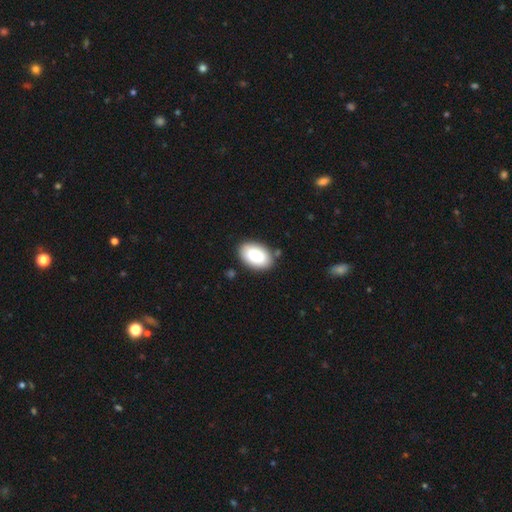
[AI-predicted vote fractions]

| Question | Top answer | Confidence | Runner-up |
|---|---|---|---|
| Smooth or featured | smooth | 84% | featured or disk (10%) |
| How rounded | in between | 93% | round (6%) |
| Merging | none | 85% | minor disturbance (10%) |